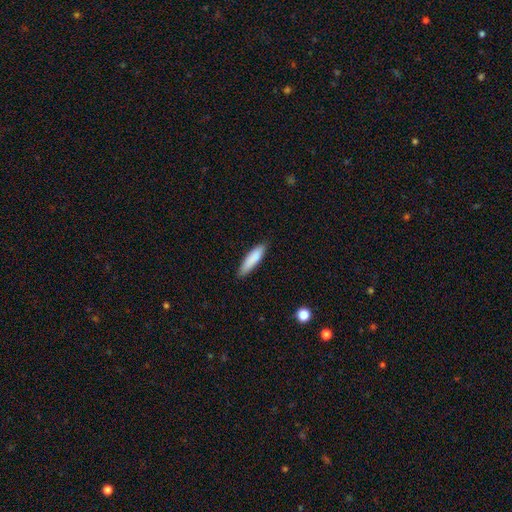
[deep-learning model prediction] Q: Smooth or featured?
A: smooth (84%); runner-up: featured or disk (10%)
Q: How rounded?
A: cigar-shaped (76%); runner-up: in between (23%)
Q: Merging?
A: none (86%); runner-up: minor disturbance (11%)